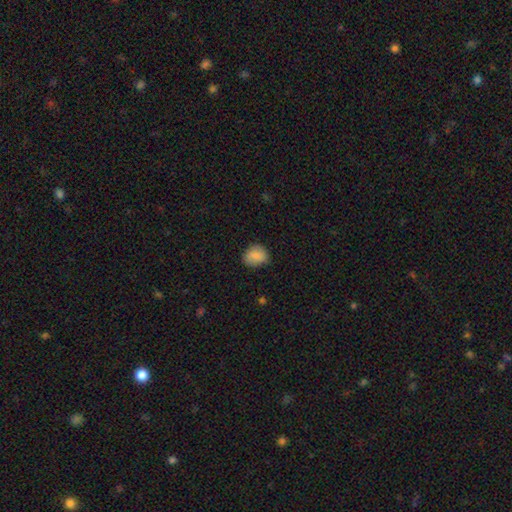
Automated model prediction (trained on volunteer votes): Overall: smooth (83%). How rounded: round (54%; in between 45%). Merging: none (76%).